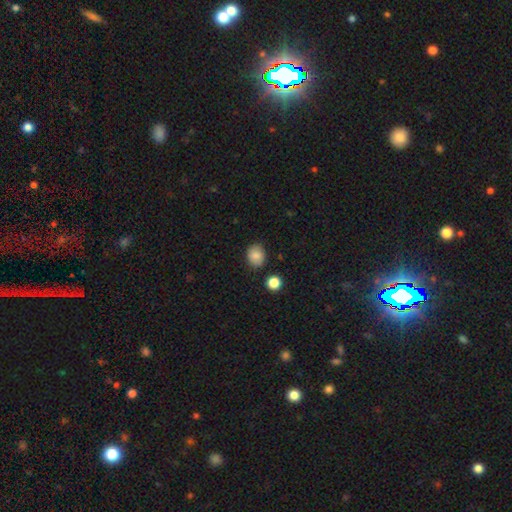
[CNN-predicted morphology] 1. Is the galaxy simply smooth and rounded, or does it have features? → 84% smooth, 9% star or artifact, 7% featured or disk.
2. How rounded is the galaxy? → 56% round, 43% in between, 1% cigar-shaped.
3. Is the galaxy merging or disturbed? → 83% none, 12% minor disturbance, 3% merger, 3% major disturbance.